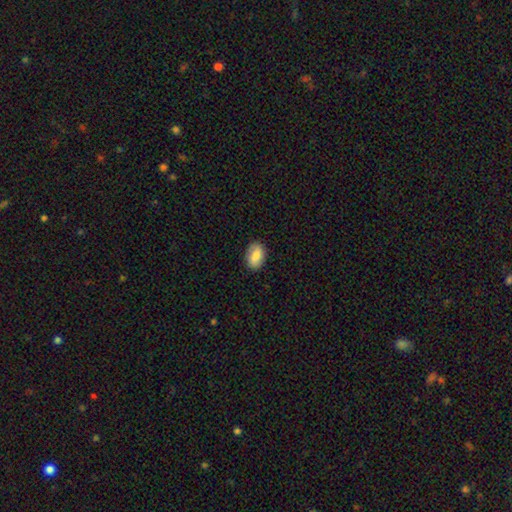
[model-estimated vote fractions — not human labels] A smooth galaxy with no disk features (74%) that is in between round and cigar-shaped (86%).

Vote fractions:
- Smooth or featured? smooth: 74% / featured or disk: 19% / star or artifact: 7%
- How rounded? in between: 86% / round: 12% / cigar-shaped: 2%
- Merging? none: 86% / minor disturbance: 10% / major disturbance: 2% / merger: 1%